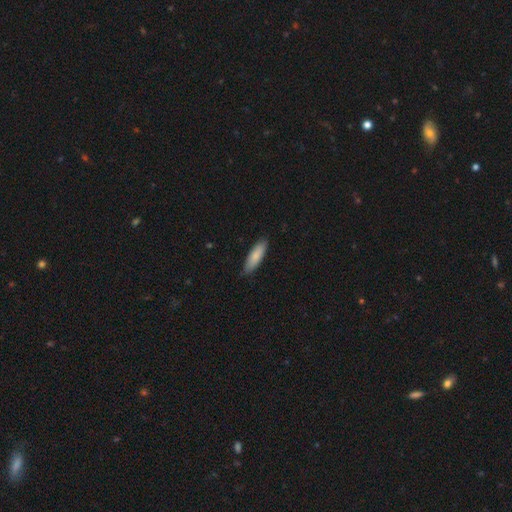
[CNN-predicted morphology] Smooth or featured? smooth (82%)
How rounded? cigar-shaped (53%)
Merging? none (84%)